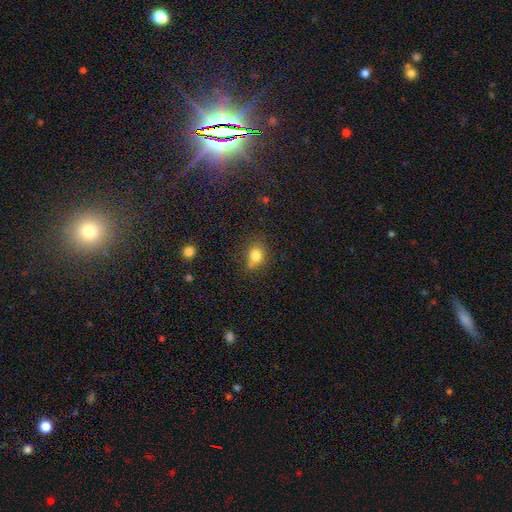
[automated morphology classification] The model was most divided on "how rounded": round: 68%, in between: 31%, cigar-shaped: 1%. More confident: smooth or featured — smooth (80%); merging — none (61%).